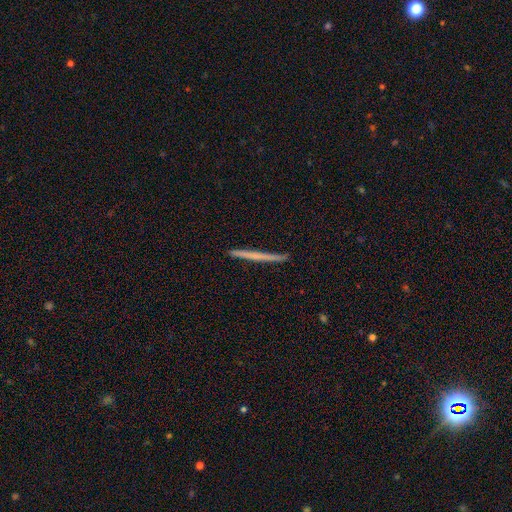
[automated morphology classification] This is possibly a smooth galaxy (47%, tied with featured or disk). Merging: clearly none (91%).